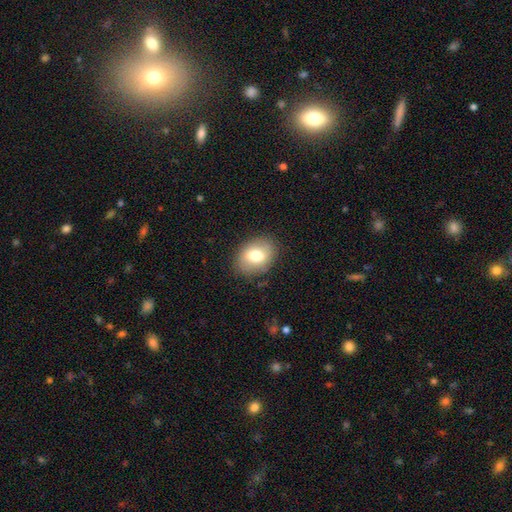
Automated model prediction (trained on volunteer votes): Smooth or featured? smooth (73%)
How rounded? in between (67%)
Merging? none (84%)